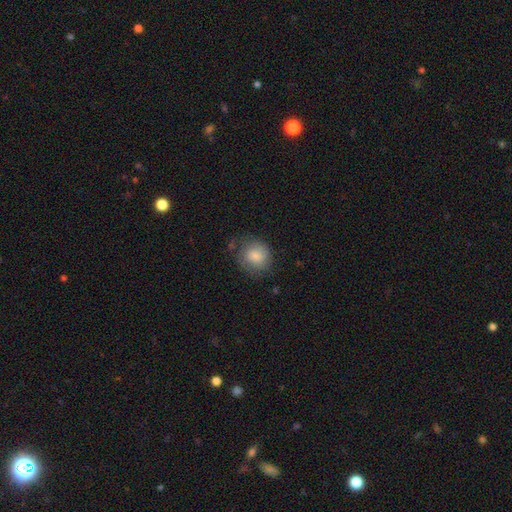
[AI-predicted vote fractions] smooth_or_featured: smooth (p=0.78) [alt: featured or disk p=0.14]
how_rounded: round (p=0.76) [alt: in between p=0.23]
merging: none (p=0.64) [alt: minor disturbance p=0.23]